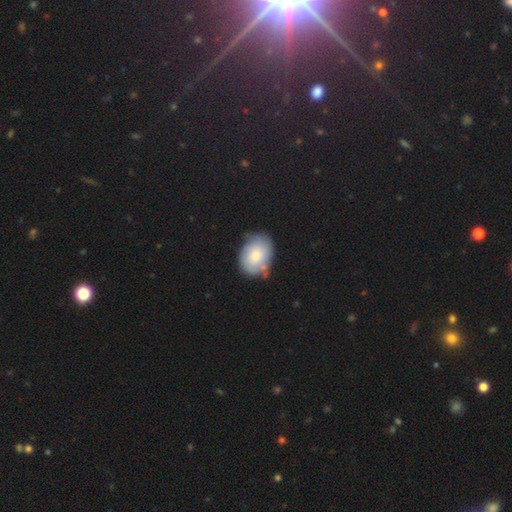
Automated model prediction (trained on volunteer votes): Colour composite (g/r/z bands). It shows a smooth galaxy with no disk features (74%) that is in between round and cigar-shaped (67%). Merging: none (59%).